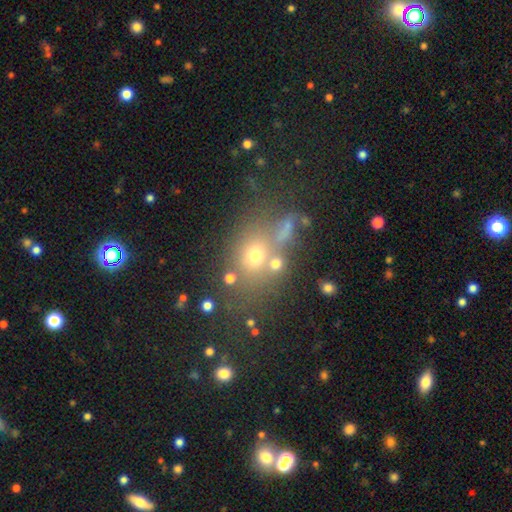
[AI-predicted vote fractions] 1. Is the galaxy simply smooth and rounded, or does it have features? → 60% smooth, 22% star or artifact, 18% featured or disk.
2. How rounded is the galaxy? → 51% round, 46% in between, 3% cigar-shaped.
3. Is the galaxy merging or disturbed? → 56% none, 19% merger, 15% minor disturbance, 10% major disturbance.